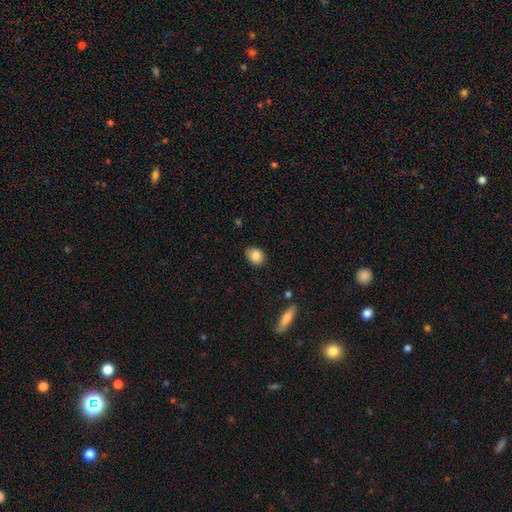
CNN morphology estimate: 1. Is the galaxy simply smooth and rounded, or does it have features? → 85% smooth, 9% star or artifact, 6% featured or disk.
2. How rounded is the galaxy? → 55% in between, 44% round, 1% cigar-shaped.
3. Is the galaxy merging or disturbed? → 80% none, 16% minor disturbance, 3% major disturbance, 1% merger.